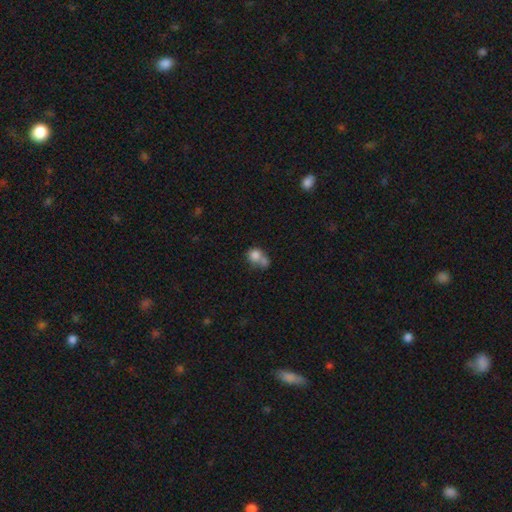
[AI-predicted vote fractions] This appears to be a smooth galaxy with no disk features (78%) that is round (69%). Merging: merger (55%).